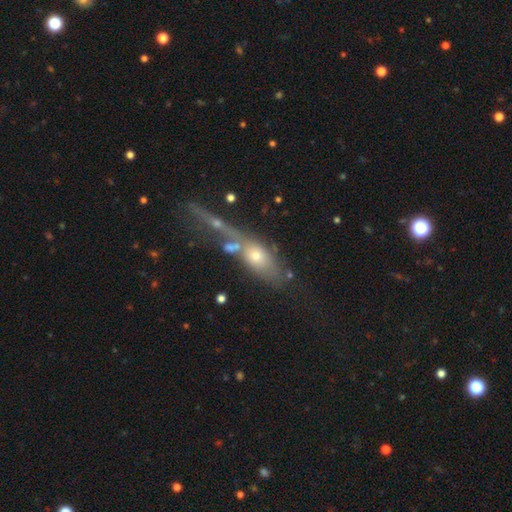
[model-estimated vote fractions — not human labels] Smooth or featured? featured or disk (46%)
Merging? merger (38%)